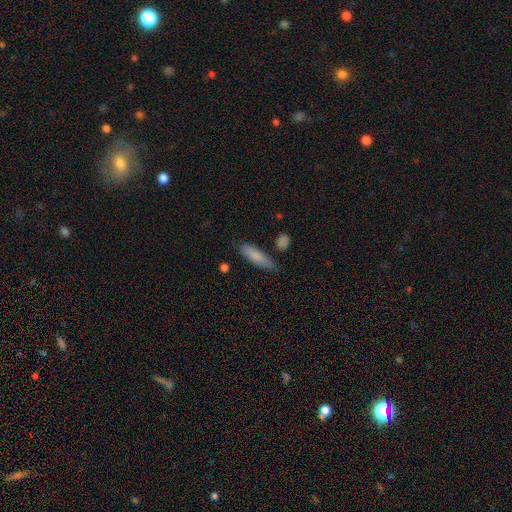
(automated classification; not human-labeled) Q: Smooth or featured?
A: smooth (82%); runner-up: featured or disk (11%)
Q: How rounded?
A: cigar-shaped (64%); runner-up: in between (34%)
Q: Merging?
A: none (74%); runner-up: minor disturbance (18%)